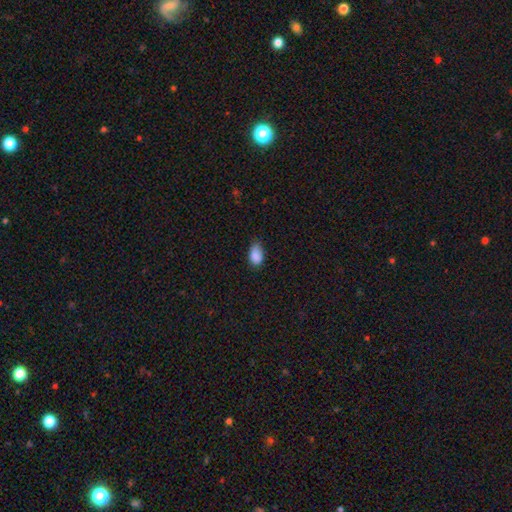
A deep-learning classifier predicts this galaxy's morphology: type=smooth (87%); roundness=in between (89%); merging=none (53%).